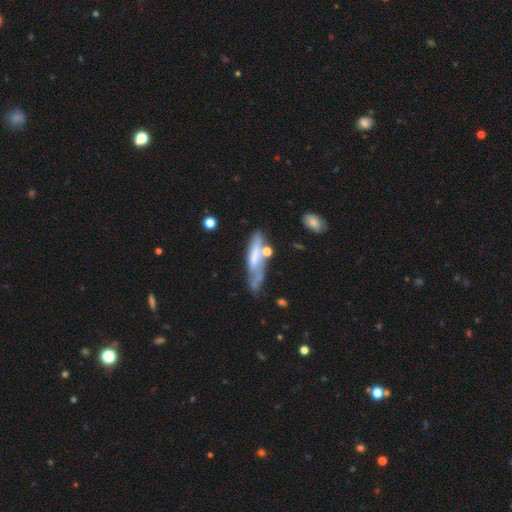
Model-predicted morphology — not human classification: This appears to be a smooth galaxy with no disk features (50%) that is cigar-shaped (74%). Merging: none (44%).